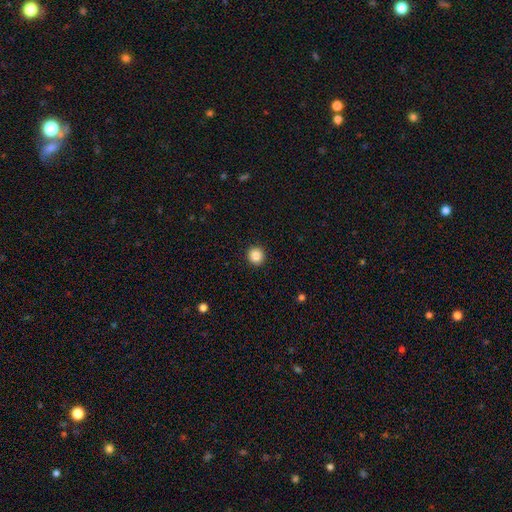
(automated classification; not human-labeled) Smooth or featured: smooth — 87% (star or artifact — 10%)
How rounded: round — 94% (in between — 5%)
Merging: none — 93% (minor disturbance — 4%)